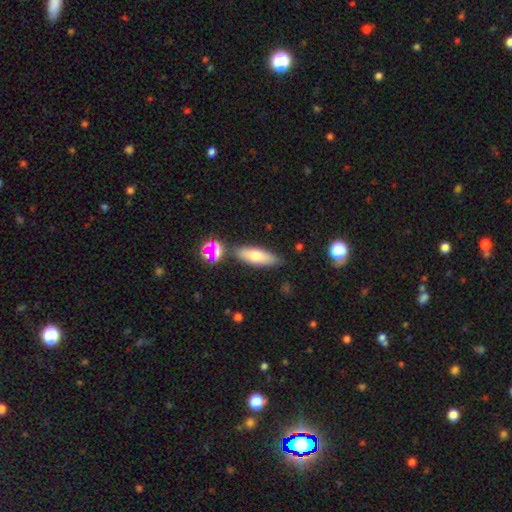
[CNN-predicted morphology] Overall: smooth (67%). How rounded: in between (53%; cigar-shaped 43%). Merging: none (80%).